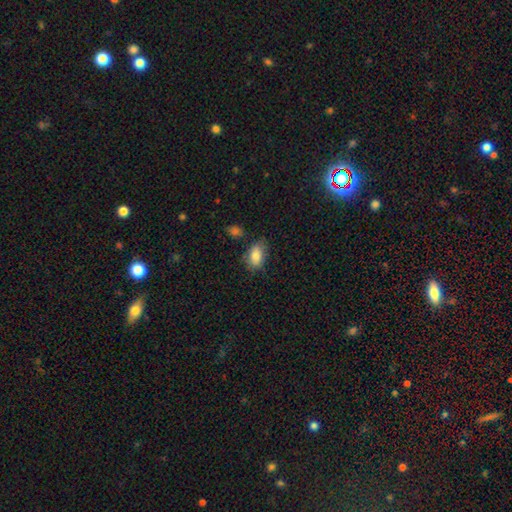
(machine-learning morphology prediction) Smooth or featured?
  - smooth: 84% *
  - featured or disk: 8%
  - star or artifact: 8%
How rounded?
  - in between: 89% *
  - round: 9%
  - cigar-shaped: 2%
Merging?
  - none: 69% *
  - minor disturbance: 22%
  - major disturbance: 5%
  - merger: 4%